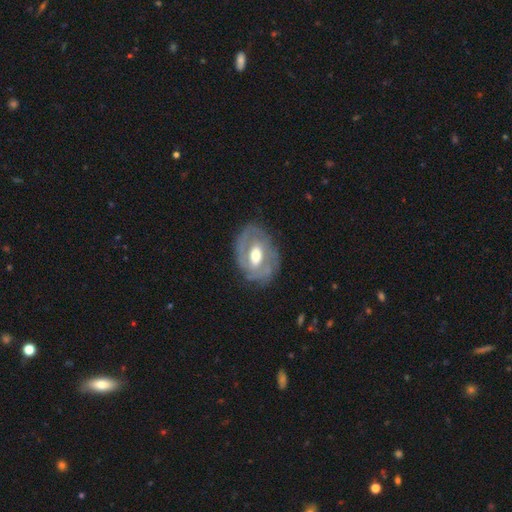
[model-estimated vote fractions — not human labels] Smooth or featured? Predicted: featured or disk (p=0.70). Edge-on disk? Predicted: no (p=0.95). Bar? Predicted: weak (p=0.42). Spiral arms? Predicted: yes (p=0.62). Bulge size? Predicted: moderate (p=0.64). Merging? Predicted: none (p=0.68).